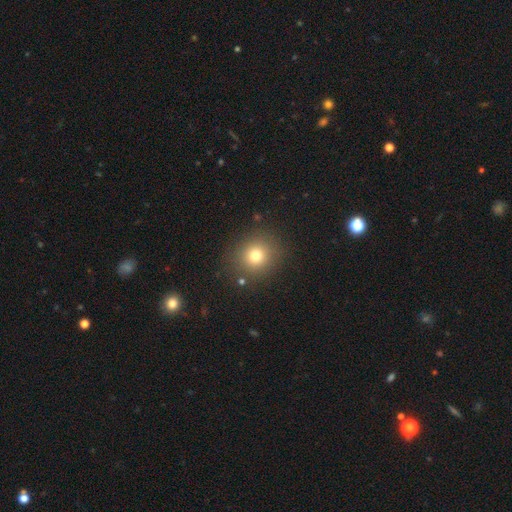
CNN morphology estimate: This appears to be a smooth galaxy with no disk features (76%) that is round (85%). Merging: none (87%).